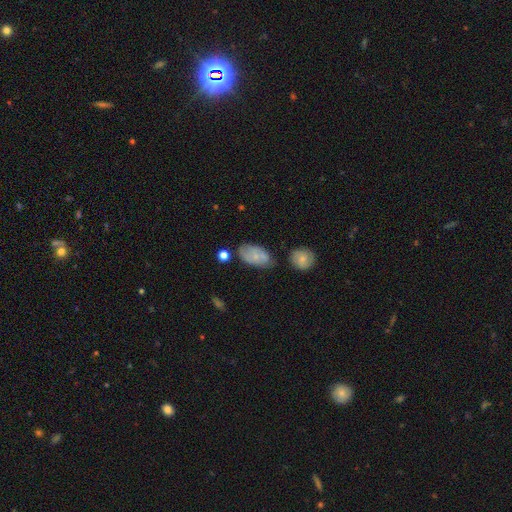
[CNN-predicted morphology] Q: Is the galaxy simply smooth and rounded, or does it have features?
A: smooth — 63%.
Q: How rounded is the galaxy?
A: in between — 92%.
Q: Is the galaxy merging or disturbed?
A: none — 56%.